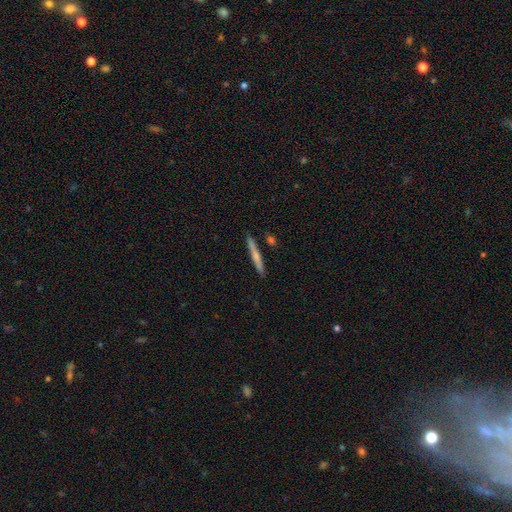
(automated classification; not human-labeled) Morphology: type=smooth (58%); roundness=cigar-shaped (95%); merging=none (88%).